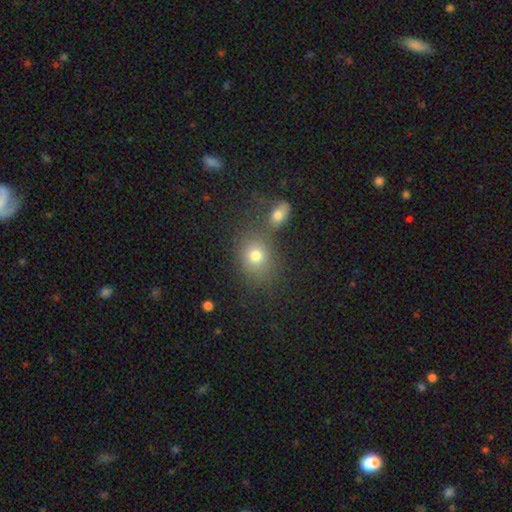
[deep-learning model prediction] smooth_or_featured: smooth (p=0.74) [alt: star or artifact p=0.15]
how_rounded: round (p=0.58) [alt: in between p=0.41]
merging: none (p=0.59) [alt: merger p=0.26]